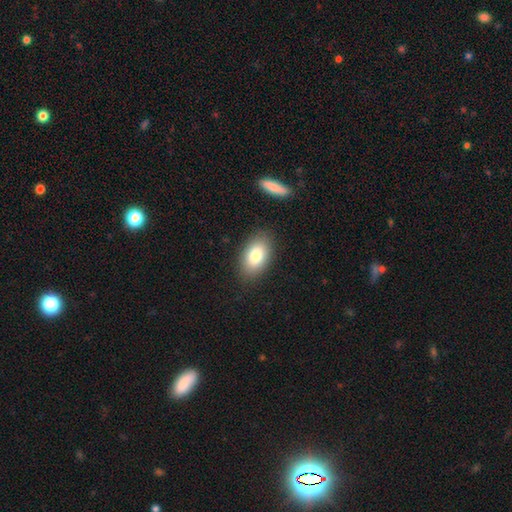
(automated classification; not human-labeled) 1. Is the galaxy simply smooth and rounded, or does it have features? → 81% smooth, 11% featured or disk, 8% star or artifact.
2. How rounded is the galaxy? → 91% in between, 7% round, 2% cigar-shaped.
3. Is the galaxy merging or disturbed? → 86% none, 10% minor disturbance, 3% major disturbance, 2% merger.